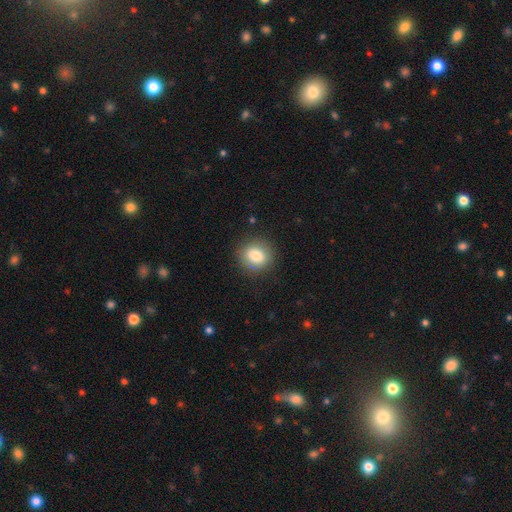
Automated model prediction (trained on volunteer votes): Smooth or featured?
  - smooth: 81% *
  - featured or disk: 10%
  - star or artifact: 9%
How rounded?
  - round: 82% *
  - in between: 17%
  - cigar-shaped: 1%
Merging?
  - none: 86% *
  - minor disturbance: 9%
  - major disturbance: 3%
  - merger: 1%